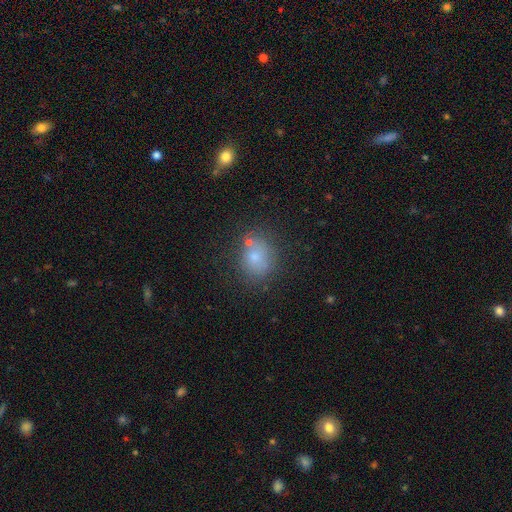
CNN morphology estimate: Smooth or featured? Predicted: smooth (p=0.72). How rounded? Predicted: round (p=0.68). Merging? Predicted: none (p=0.71).